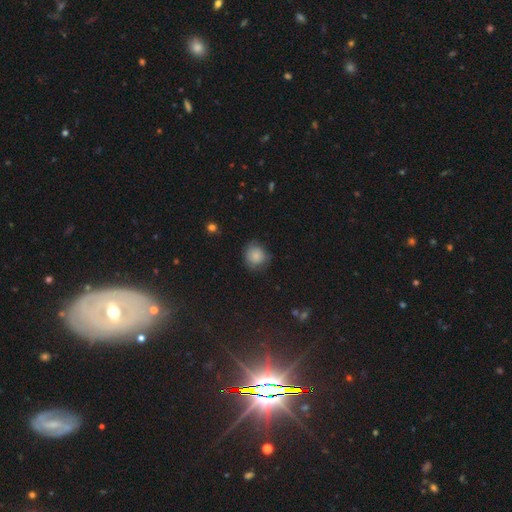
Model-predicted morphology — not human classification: This appears to be a smooth galaxy with no disk features (78%) that is round (83%). Merging: none (67%).